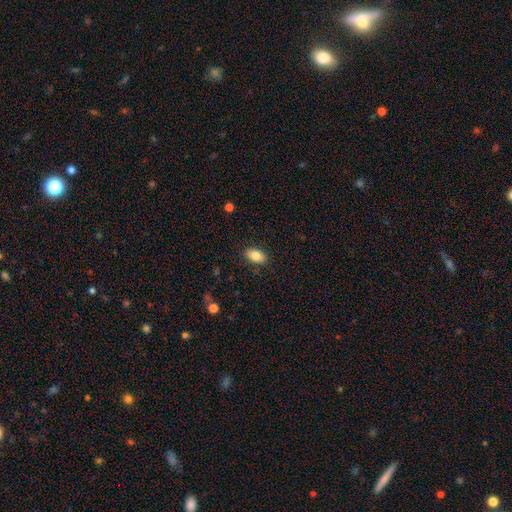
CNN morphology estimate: This appears to be a smooth galaxy with no disk features (82%) that is in between round and cigar-shaped (91%). Merging: none (86%).